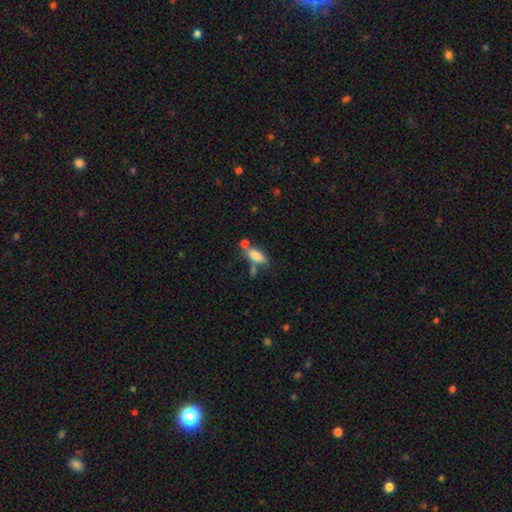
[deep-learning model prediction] Q: Smooth or featured?
A: smooth (79%); runner-up: featured or disk (13%)
Q: How rounded?
A: in between (75%); runner-up: cigar-shaped (22%)
Q: Merging?
A: none (50%); runner-up: merger (26%)